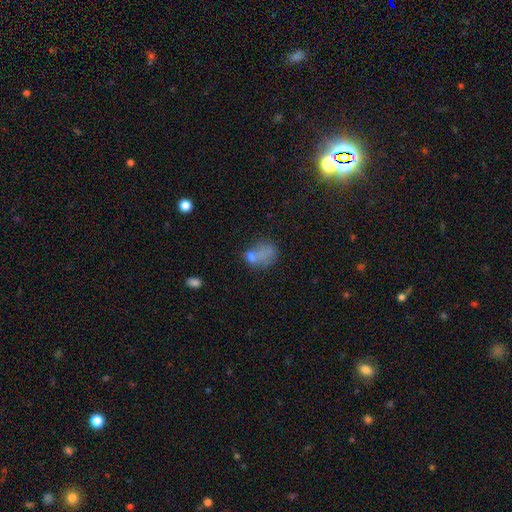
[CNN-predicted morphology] The model was most divided on "merging": none: 31%, merger: 30%, major disturbance: 20%, minor disturbance: 19%. More confident: how rounded — in between (68%); smooth or featured — smooth (65%).